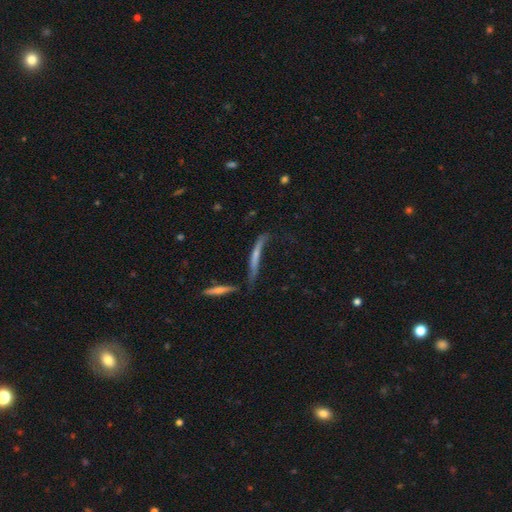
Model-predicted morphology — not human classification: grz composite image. It shows a featured or disk galaxy (48%). Merging: none (40%).